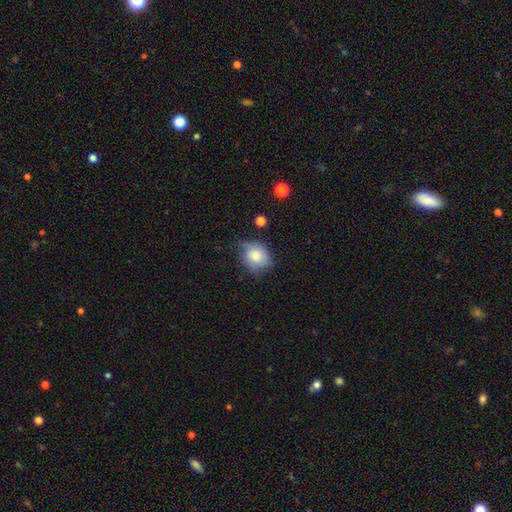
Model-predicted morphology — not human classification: smooth_or_featured: smooth (p=0.76) [alt: featured or disk p=0.16]
how_rounded: round (p=0.58) [alt: in between p=0.40]
merging: none (p=0.51) [alt: minor disturbance p=0.37]